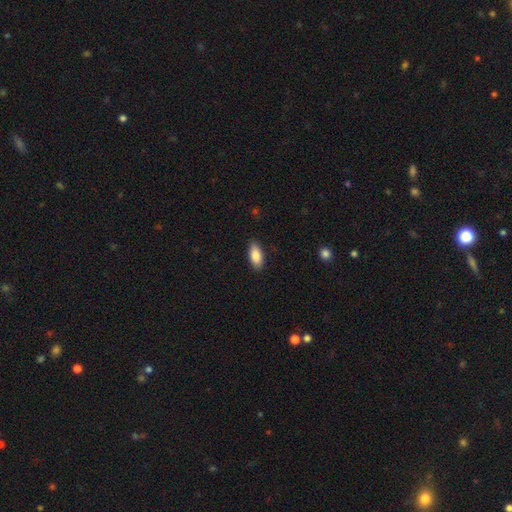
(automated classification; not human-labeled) The model was most divided on "merging": none: 87%, minor disturbance: 10%, major disturbance: 2%, merger: 1%. More confident: how rounded — in between (89%); smooth or featured — smooth (88%).